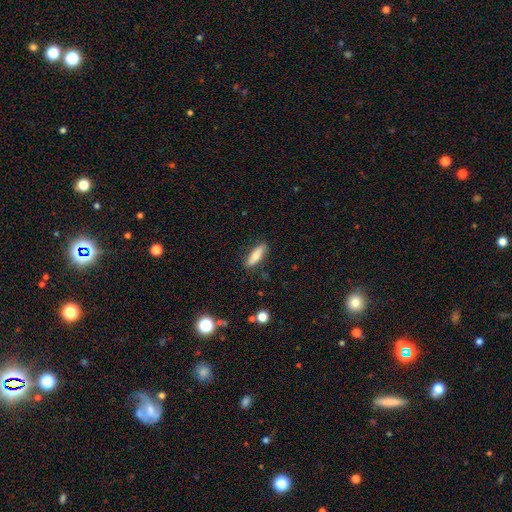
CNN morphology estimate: A smooth galaxy with no disk features (73%) that is cigar-shaped (51%).

Vote fractions:
- Smooth or featured? smooth: 73% / featured or disk: 20% / star or artifact: 7%
- How rounded? cigar-shaped: 51% / in between: 46% / round: 2%
- Merging? none: 83% / minor disturbance: 13% / major disturbance: 3% / merger: 2%